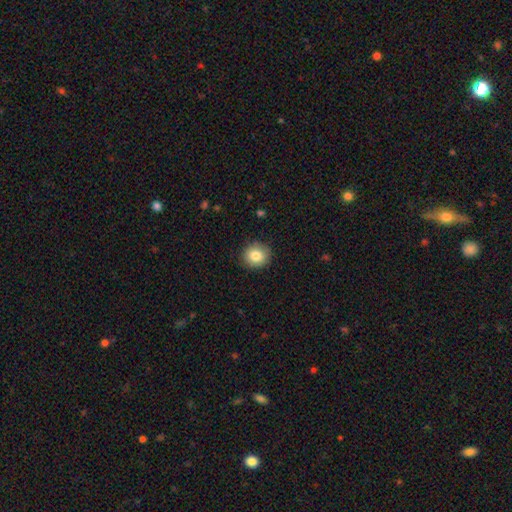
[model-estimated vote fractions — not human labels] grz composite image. It shows a smooth galaxy with no disk features (83%) that is round (86%). Merging: none (89%).